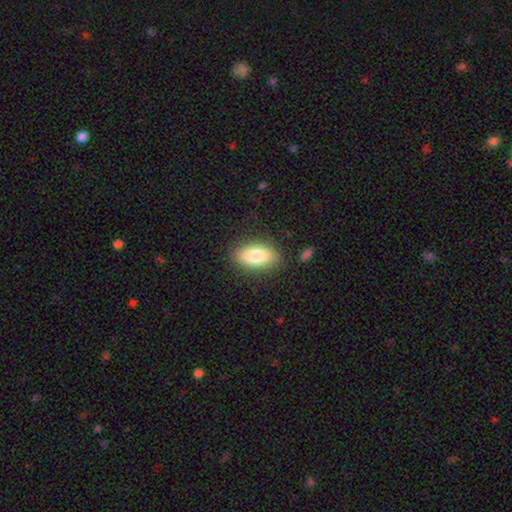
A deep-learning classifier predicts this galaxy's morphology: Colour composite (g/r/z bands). It shows a smooth galaxy with no disk features (81%) that is in between round and cigar-shaped (88%). Merging: none (84%).